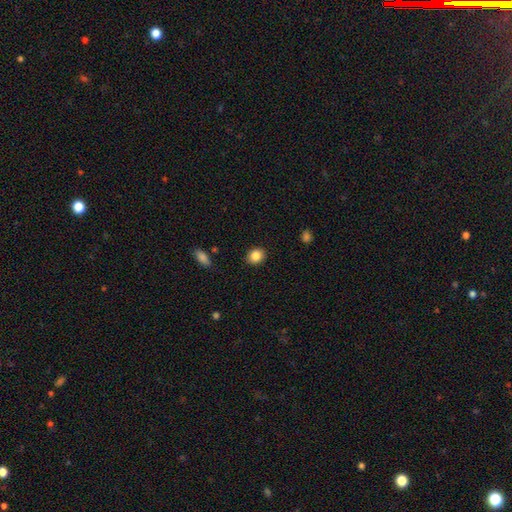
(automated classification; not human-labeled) Smooth or featured: smooth — 86% (star or artifact — 9%)
How rounded: round — 62% (in between — 37%)
Merging: none — 89% (minor disturbance — 8%)